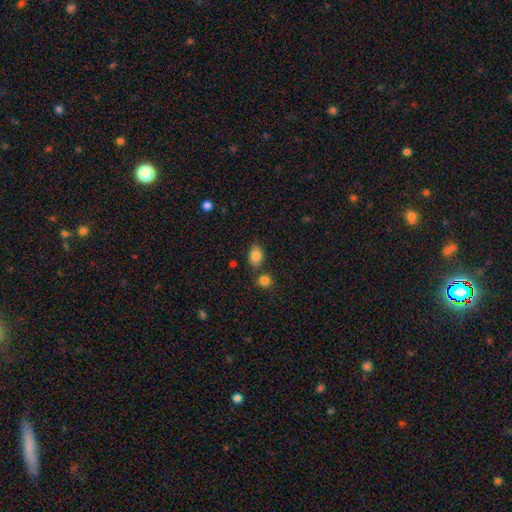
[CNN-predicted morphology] smooth 84%, star or artifact 9%, featured or disk 6%. Down the decision tree: how rounded — in between (75%); merging — none (72%).